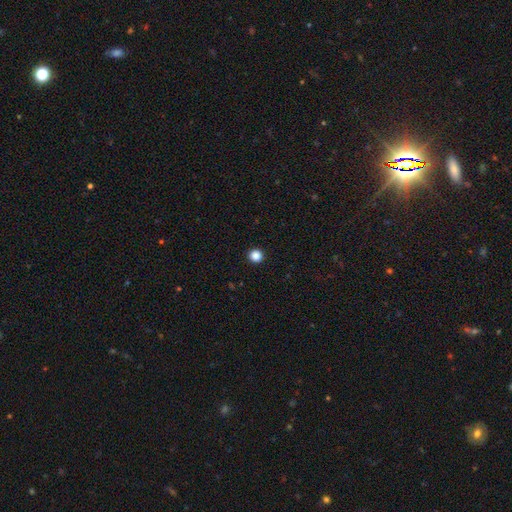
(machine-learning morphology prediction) Q: Smooth or featured?
A: smooth (86%); runner-up: star or artifact (11%)
Q: How rounded?
A: round (96%); runner-up: in between (3%)
Q: Merging?
A: none (94%); runner-up: minor disturbance (3%)